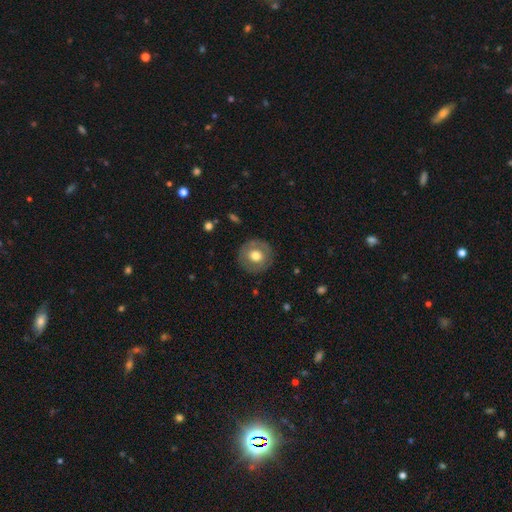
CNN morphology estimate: This is likely a smooth galaxy (63%). How rounded: clearly round (93%). Merging: clearly none (88%).